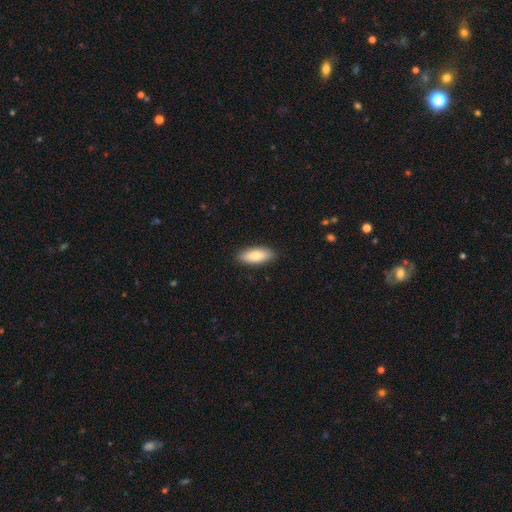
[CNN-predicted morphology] smooth 80%, featured or disk 14%, star or artifact 6%. Down the decision tree: how rounded — in between (80%); merging — none (89%).